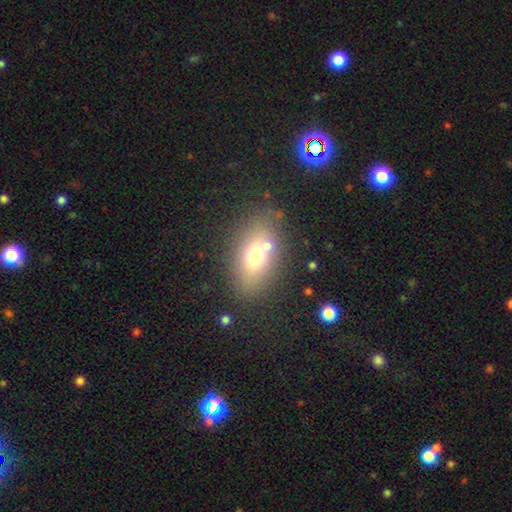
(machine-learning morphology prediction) smooth_or_featured: smooth (p=0.67) [alt: featured or disk p=0.20]
how_rounded: in between (p=0.80) [alt: round p=0.16]
merging: none (p=0.72) [alt: minor disturbance p=0.12]